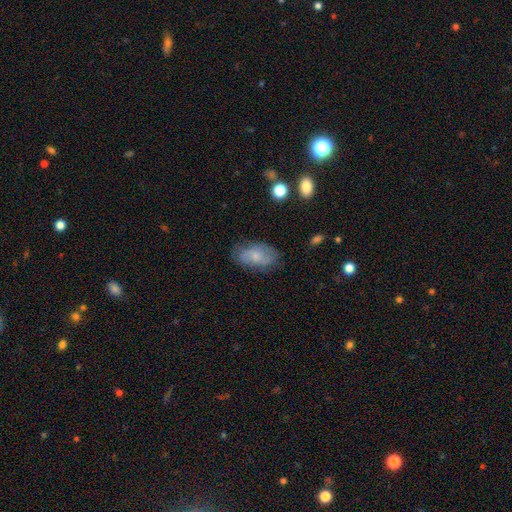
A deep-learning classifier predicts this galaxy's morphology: The model was most divided on "smooth or featured": smooth: 52%, featured or disk: 40%, star or artifact: 8%. More confident: how rounded — in between (91%); merging — none (72%).